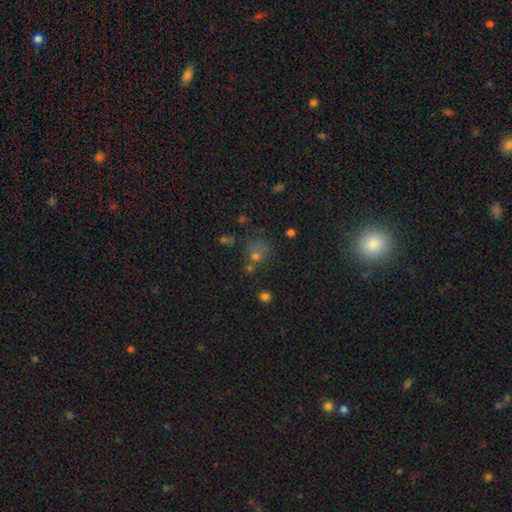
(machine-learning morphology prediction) This appears to be a smooth galaxy with no disk features (62%) that is round (72%). Merging: none (47%).